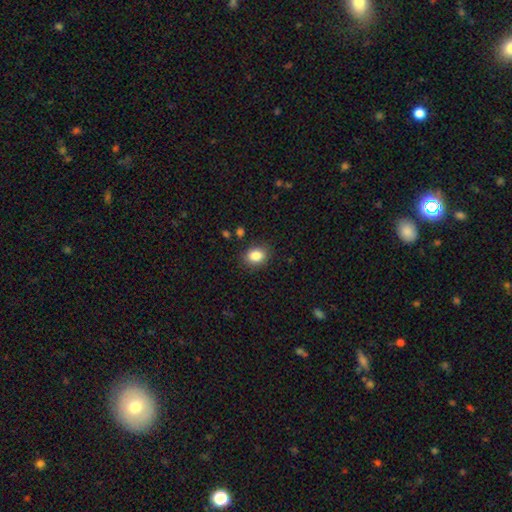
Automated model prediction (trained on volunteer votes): Smooth or featured?
  - smooth: 85% *
  - star or artifact: 9%
  - featured or disk: 5%
How rounded?
  - in between: 52% *
  - round: 47%
  - cigar-shaped: 1%
Merging?
  - none: 86% *
  - minor disturbance: 10%
  - major disturbance: 3%
  - merger: 2%